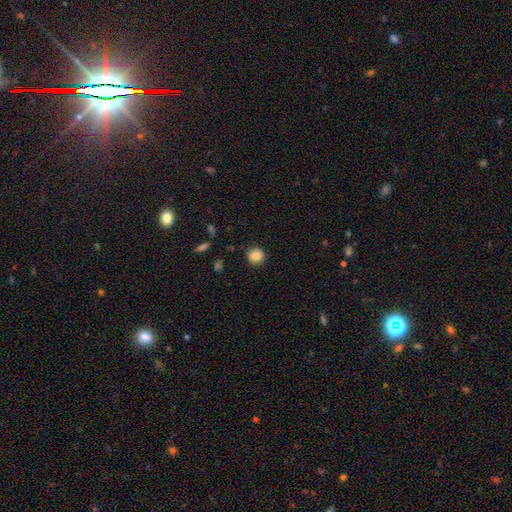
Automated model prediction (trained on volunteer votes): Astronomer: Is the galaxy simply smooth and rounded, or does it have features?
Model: smooth — 87%.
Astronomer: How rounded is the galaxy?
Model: round — 90%.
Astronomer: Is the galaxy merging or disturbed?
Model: none — 88%.